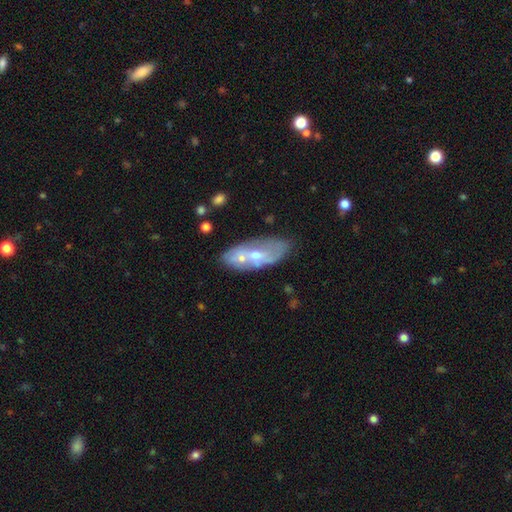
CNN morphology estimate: A featured or disk galaxy (53%). Merging: merger (38%).